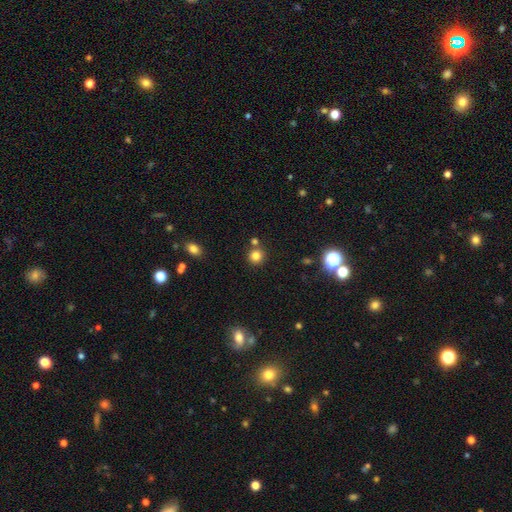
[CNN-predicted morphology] The model was most divided on "merging": none: 78%, merger: 12%, minor disturbance: 7%, major disturbance: 2%. More confident: how rounded — round (92%); smooth or featured — smooth (81%).